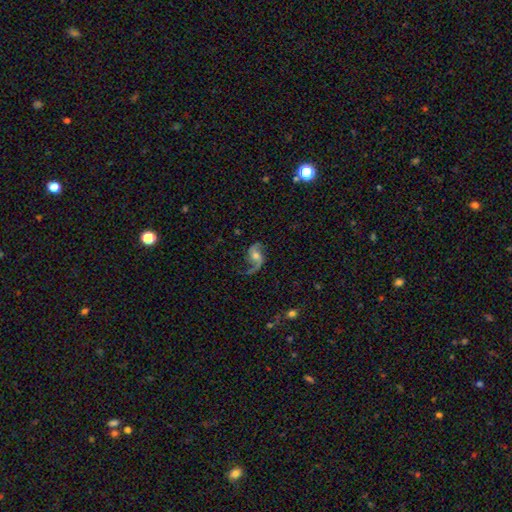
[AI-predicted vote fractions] Smooth or featured: featured or disk — 86% (smooth — 7%)
Edge-on disk: no — 97% (yes — 3%)
Bar: no — 52% (weak — 36%)
Spiral arms: yes — 97% (no — 3%)
Spiral winding: loose — 72% (medium — 23%)
Spiral arm count: 2 — 89% (1 — 6%)
Bulge size: moderate — 61% (small — 28%)
Merging: none — 70% (minor disturbance — 16%)